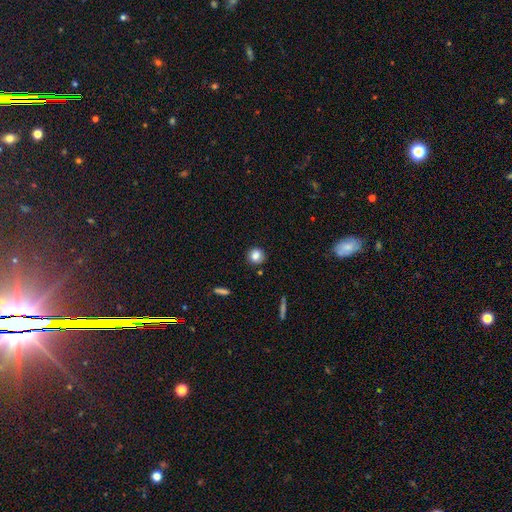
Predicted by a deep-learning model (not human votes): Smooth or featured? Predicted: smooth (p=0.82). How rounded? Predicted: round (p=0.89). Merging? Predicted: none (p=0.86).